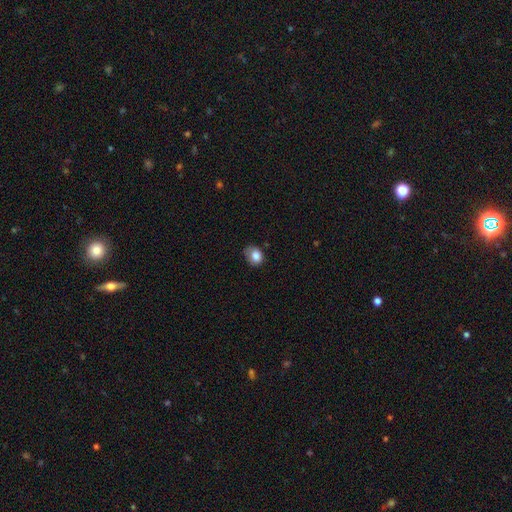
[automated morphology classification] Smooth or featured? Predicted: smooth (p=0.82). How rounded? Predicted: in between (p=0.53). Merging? Predicted: none (p=0.51).